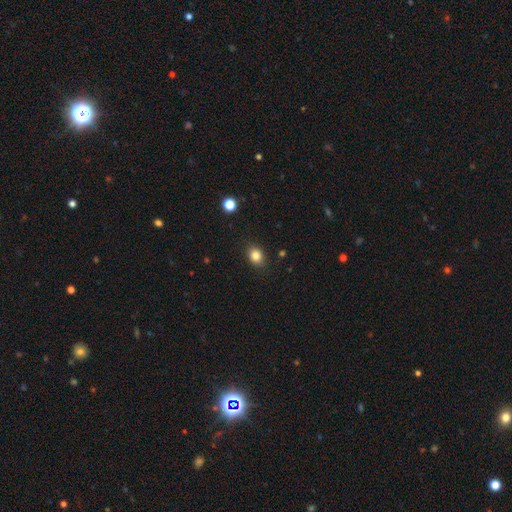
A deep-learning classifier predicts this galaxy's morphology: type=smooth (84%); roundness=round (51%); merging=none (87%).